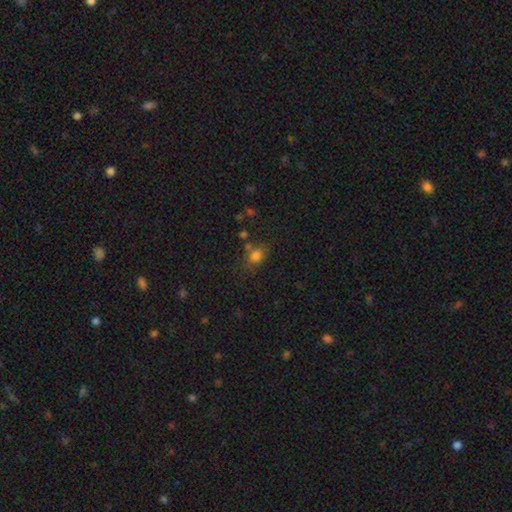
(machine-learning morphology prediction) A smooth galaxy with no disk features (78%) that is in between round and cigar-shaped (55%). Merging: none (65%).